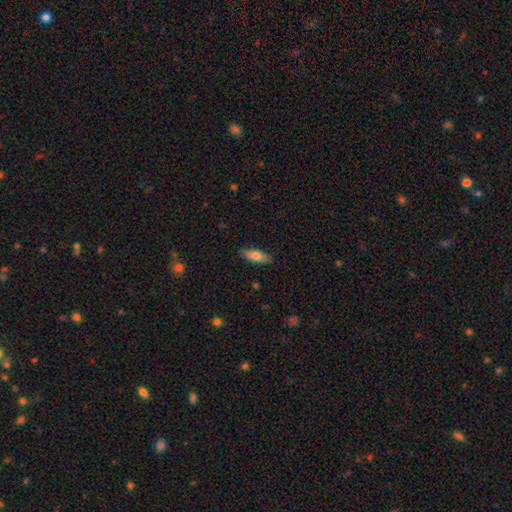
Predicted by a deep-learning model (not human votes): smooth_or_featured: smooth (p=0.69) [alt: featured or disk p=0.24]
how_rounded: in between (p=0.66) [alt: cigar-shaped p=0.32]
merging: none (p=0.87) [alt: minor disturbance p=0.10]